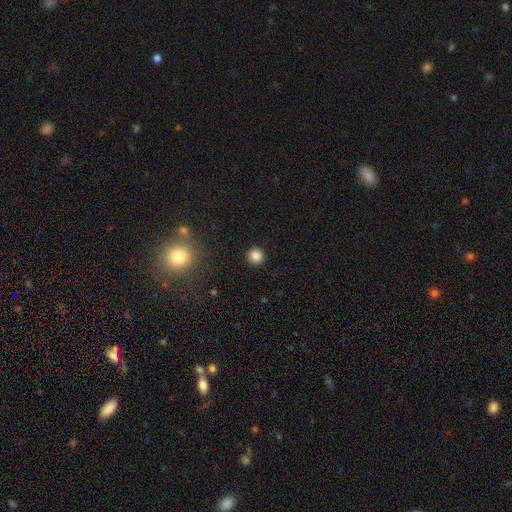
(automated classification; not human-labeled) Smooth or featured: smooth — 84% (star or artifact — 12%)
How rounded: round — 95% (in between — 4%)
Merging: none — 93% (minor disturbance — 4%)